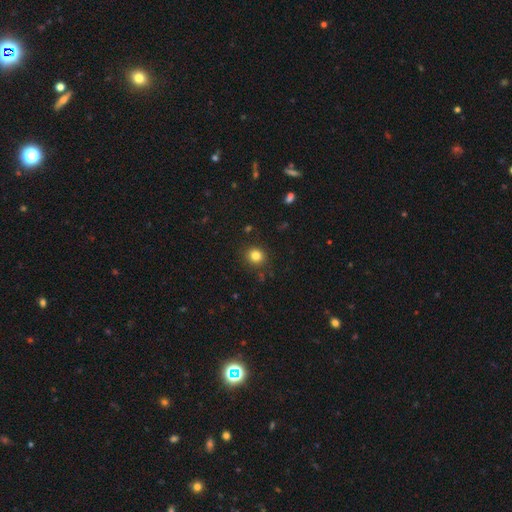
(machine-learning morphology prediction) The model was most divided on "smooth or featured": smooth: 82%, star or artifact: 12%, featured or disk: 6%. More confident: merging — none (88%); how rounded — round (86%).